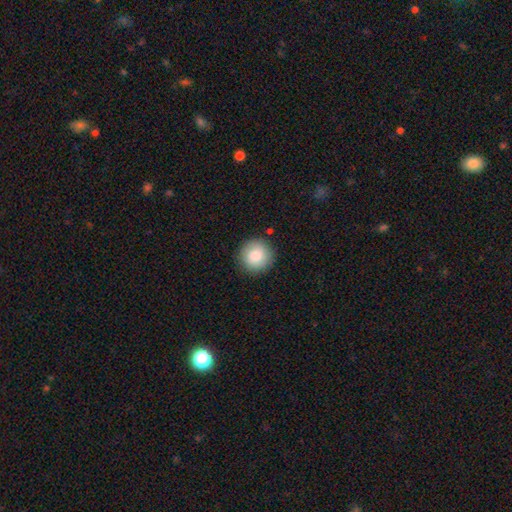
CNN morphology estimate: smooth 85%, featured or disk 8%, star or artifact 7%. Down the decision tree: how rounded — round (94%); merging — none (89%).